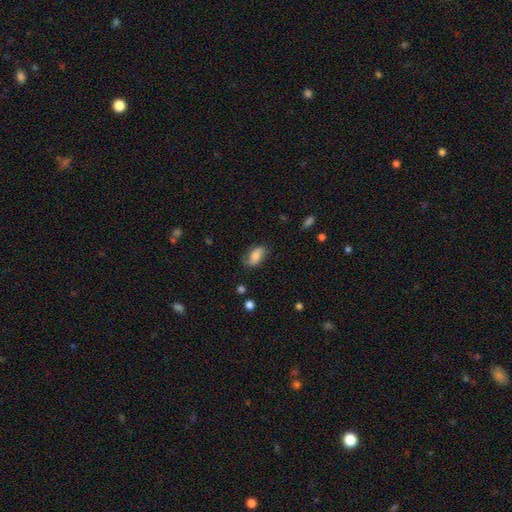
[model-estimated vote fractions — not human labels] Smooth or featured? Predicted: smooth (p=0.70). How rounded? Predicted: in between (p=0.89). Merging? Predicted: none (p=0.66).